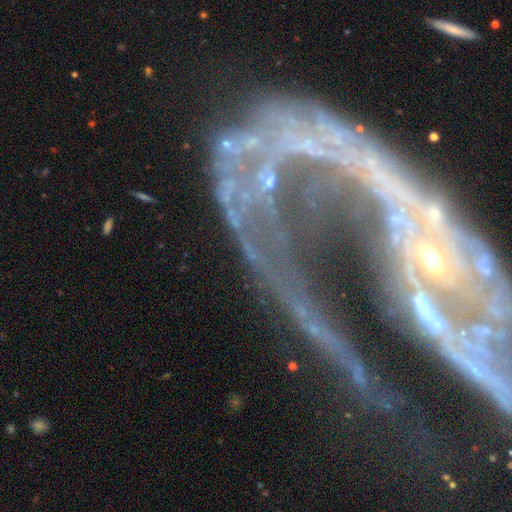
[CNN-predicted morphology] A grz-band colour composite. It shows a featured or disk galaxy (60%). Merging: none (41%).